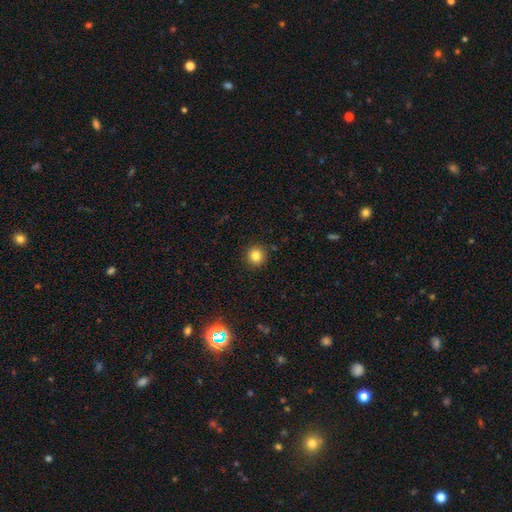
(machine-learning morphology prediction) This is clearly a smooth galaxy (83%). How rounded: clearly round (94%). Merging: clearly none (91%).